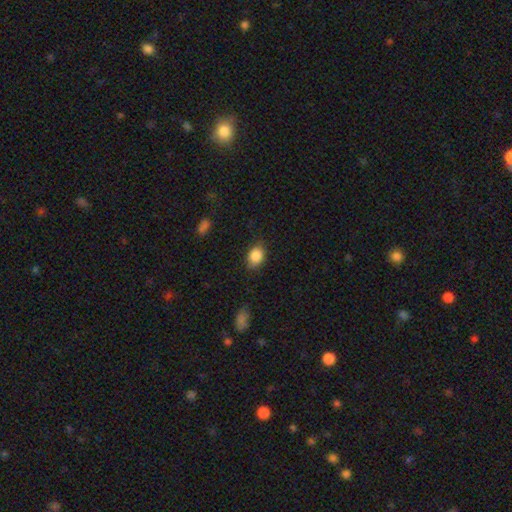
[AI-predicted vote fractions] Overall: smooth (86%). How rounded: in between (65%; round 34%). Merging: none (79%).